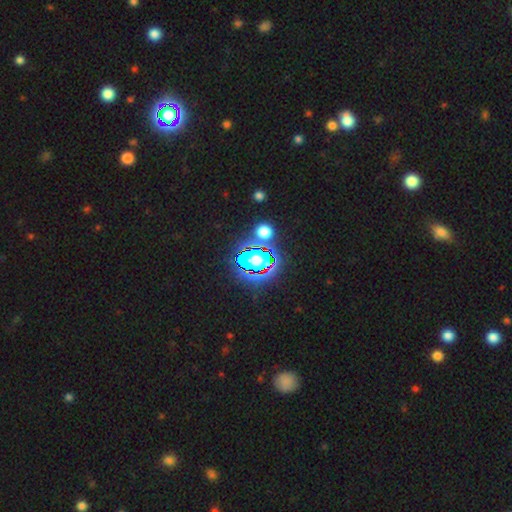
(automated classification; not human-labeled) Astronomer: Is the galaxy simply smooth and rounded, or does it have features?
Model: star or artifact — 78%.